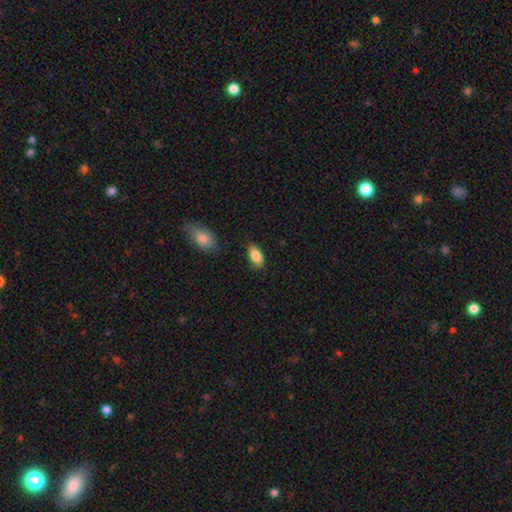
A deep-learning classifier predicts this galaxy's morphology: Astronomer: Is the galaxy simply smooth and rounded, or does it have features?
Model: smooth — 85%.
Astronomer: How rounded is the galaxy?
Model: in between — 93%.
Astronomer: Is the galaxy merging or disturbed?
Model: none — 86%.